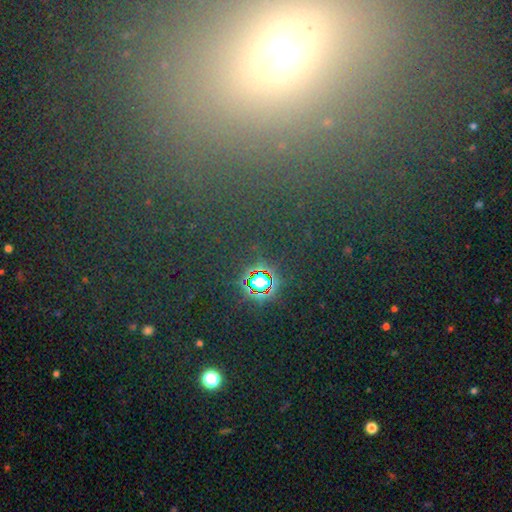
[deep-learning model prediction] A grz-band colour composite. It shows a star or artifact, not a galaxy (69%).